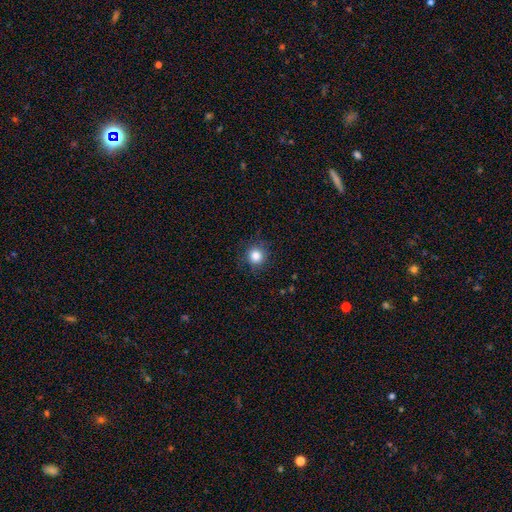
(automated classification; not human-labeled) Q: Smooth or featured?
A: smooth (84%); runner-up: star or artifact (11%)
Q: How rounded?
A: round (92%); runner-up: in between (7%)
Q: Merging?
A: none (86%); runner-up: minor disturbance (10%)